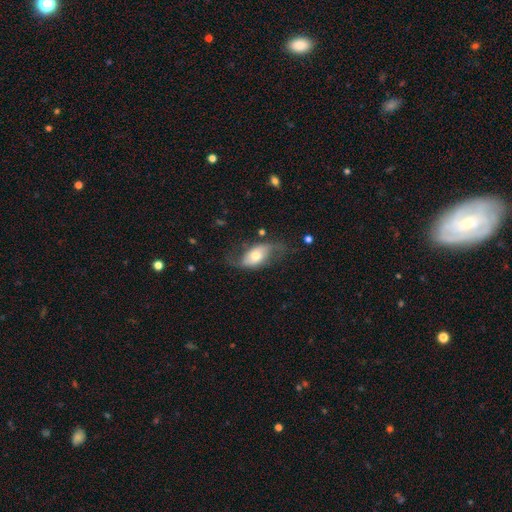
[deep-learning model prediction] Morphology: type=featured or disk (58%); edge-on=no (89%); bar=no (62%); spiral arms=yes (77%); bulge=moderate (62%); merging=none (54%).